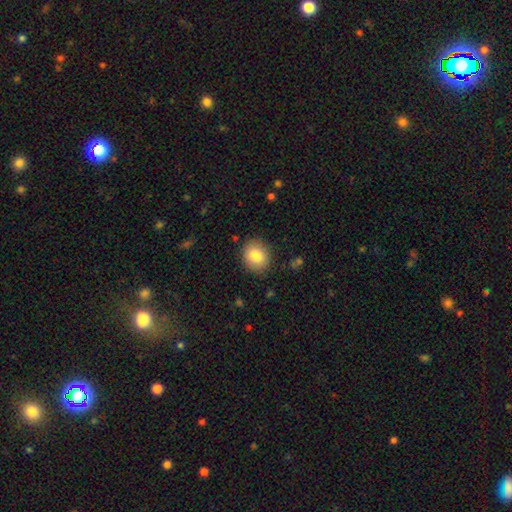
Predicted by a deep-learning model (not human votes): This appears to be a smooth galaxy with no disk features (83%) that is round (70%). Merging: none (87%).